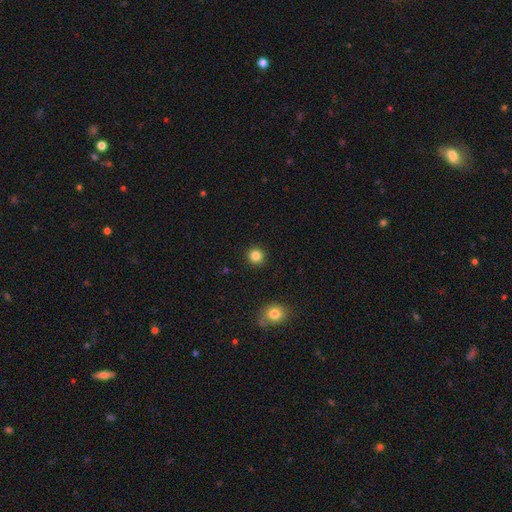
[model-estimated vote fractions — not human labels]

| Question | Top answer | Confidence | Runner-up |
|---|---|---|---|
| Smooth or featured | smooth | 84% | star or artifact (12%) |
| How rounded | round | 92% | in between (7%) |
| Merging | none | 92% | minor disturbance (5%) |